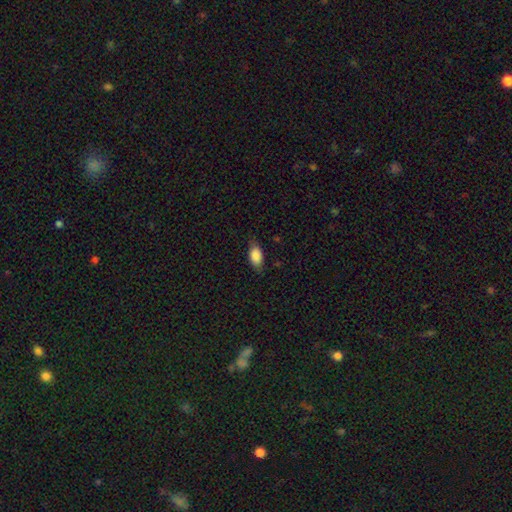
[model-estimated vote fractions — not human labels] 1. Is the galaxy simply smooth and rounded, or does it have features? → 86% smooth, 8% featured or disk, 7% star or artifact.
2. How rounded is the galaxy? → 89% in between, 5% round, 5% cigar-shaped.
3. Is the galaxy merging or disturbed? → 76% none, 19% minor disturbance, 4% major disturbance, 1% merger.